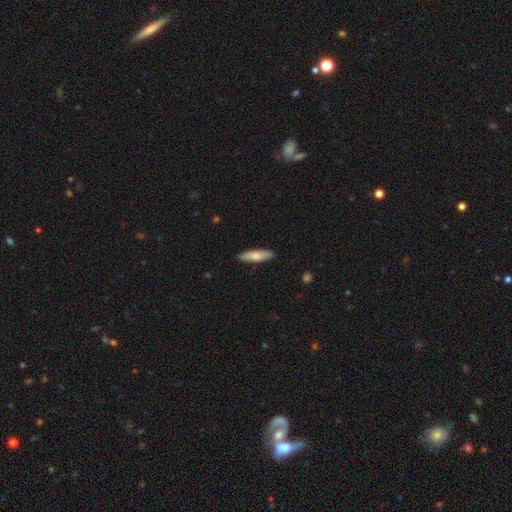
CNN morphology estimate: Overall: smooth (75%). How rounded: cigar-shaped (67%; in between 31%). Merging: none (89%).